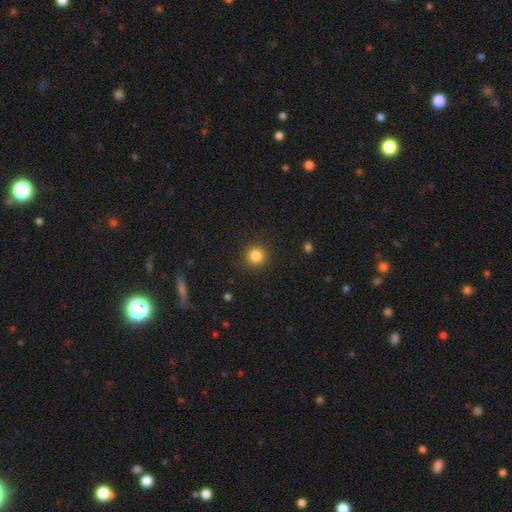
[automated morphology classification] Smooth or featured: smooth — 84% (star or artifact — 11%)
How rounded: round — 94% (in between — 5%)
Merging: none — 90% (minor disturbance — 6%)